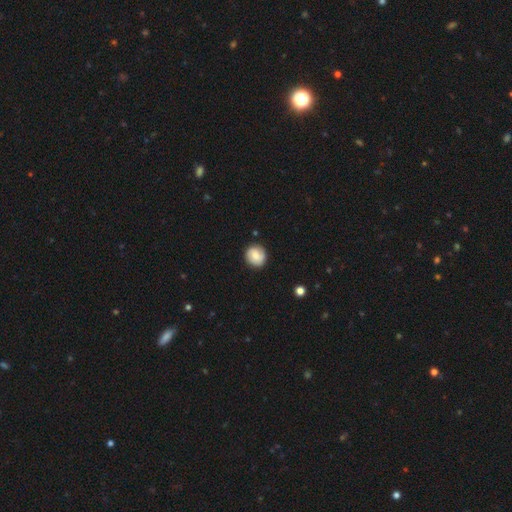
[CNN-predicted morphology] A smooth galaxy with no disk features (60%) that is round (89%). Merging: none (86%).